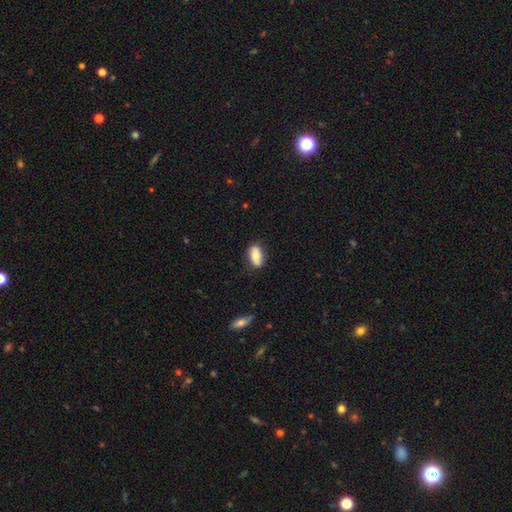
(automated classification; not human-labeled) Smooth or featured: smooth — 71% (featured or disk — 22%)
How rounded: in between — 90% (round — 5%)
Merging: none — 76% (minor disturbance — 18%)